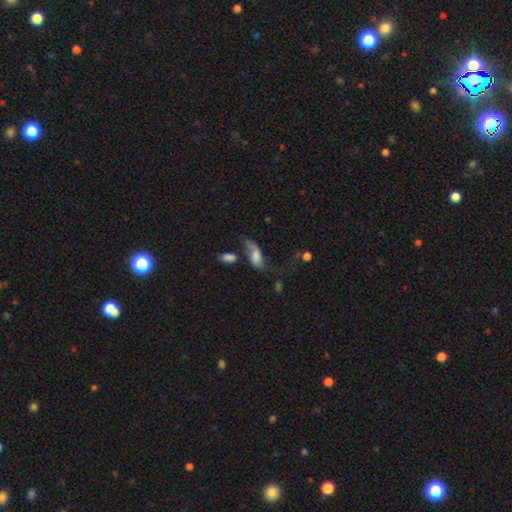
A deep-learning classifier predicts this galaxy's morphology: A smooth galaxy with no disk features (60%) that is in between round and cigar-shaped (83%).

Vote fractions:
- Smooth or featured? smooth: 60% / featured or disk: 31% / star or artifact: 10%
- How rounded? in between: 83% / cigar-shaped: 12% / round: 5%
- Merging? major disturbance: 32% / none: 28% / minor disturbance: 23% / merger: 17%